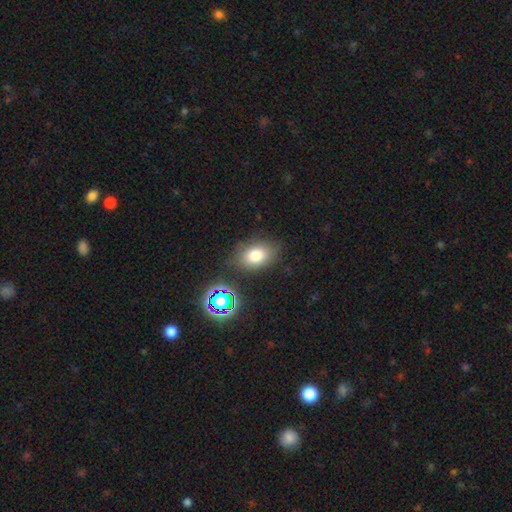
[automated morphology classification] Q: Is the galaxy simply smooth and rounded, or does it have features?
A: smooth — 77%.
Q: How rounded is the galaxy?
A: in between — 80%.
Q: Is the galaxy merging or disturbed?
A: none — 79%.